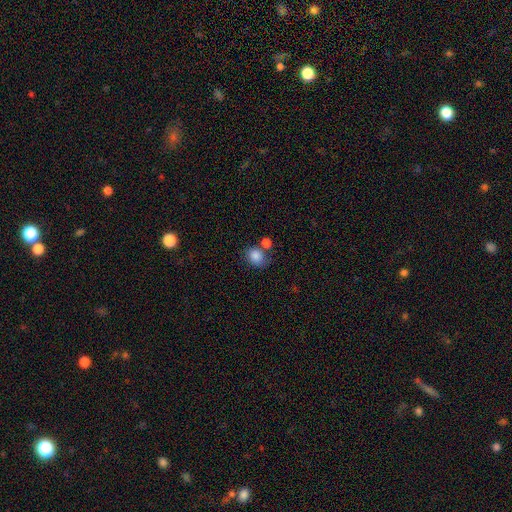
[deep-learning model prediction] The model was most divided on "merging": none: 49%, merger: 29%, minor disturbance: 15%, major disturbance: 7%. More confident: smooth or featured — smooth (84%); how rounded — round (70%).